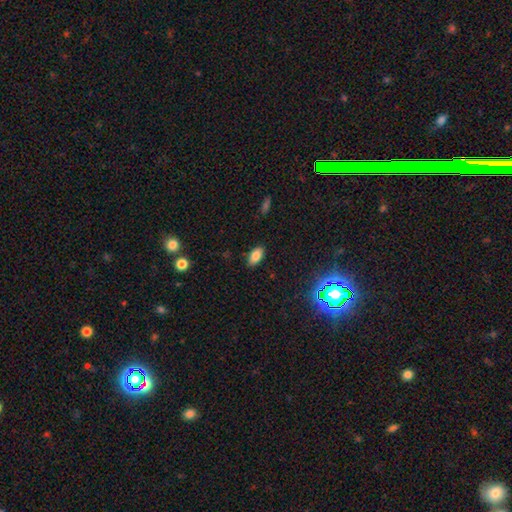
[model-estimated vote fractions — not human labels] A smooth galaxy with no disk features (83%) that is in between round and cigar-shaped (93%). Merging: none (88%).